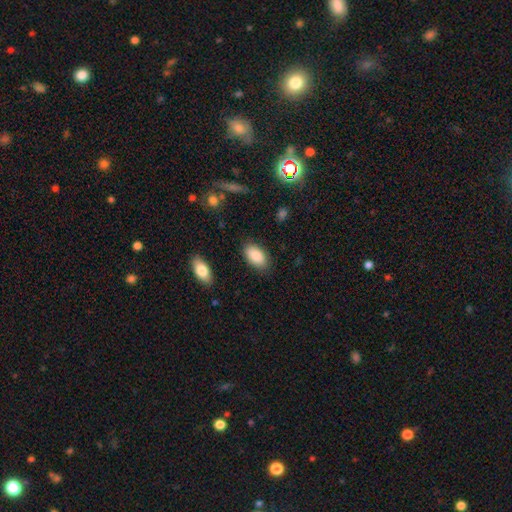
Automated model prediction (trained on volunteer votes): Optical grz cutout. It shows a smooth galaxy with no disk features (88%) that is in between round and cigar-shaped (94%). Merging: none (84%).